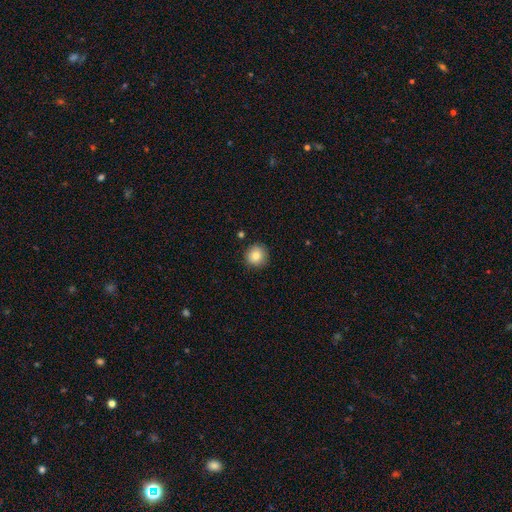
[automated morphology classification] A smooth galaxy with no disk features (81%) that is round (94%). Merging: none (88%).